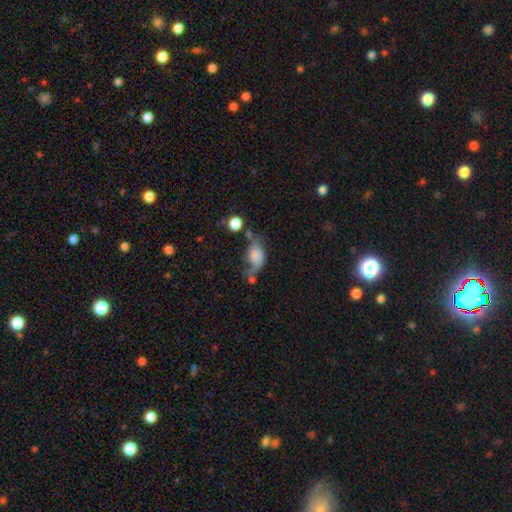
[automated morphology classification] This appears to be a smooth galaxy with no disk features (59%) that is in between round and cigar-shaped (81%). Merging: major disturbance (34%).